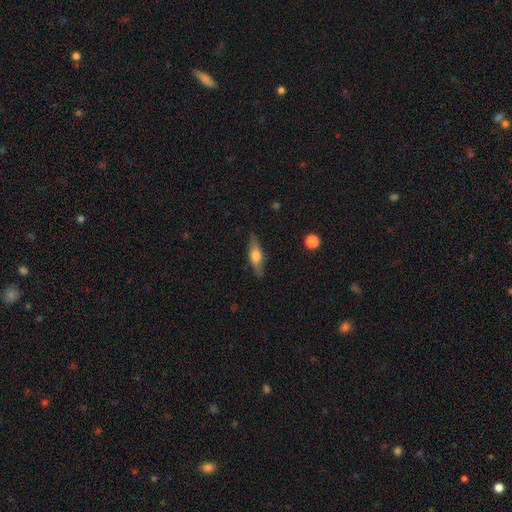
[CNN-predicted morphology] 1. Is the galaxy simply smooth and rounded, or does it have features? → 49% smooth, 45% featured or disk, 6% star or artifact.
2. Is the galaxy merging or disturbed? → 84% none, 12% minor disturbance, 3% major disturbance, 1% merger.